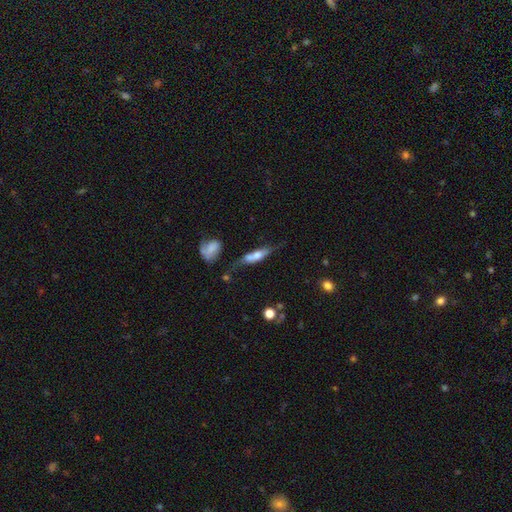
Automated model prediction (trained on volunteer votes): smooth 48%, featured or disk 44%, star or artifact 8%. Down the decision tree: merging — none (46%).